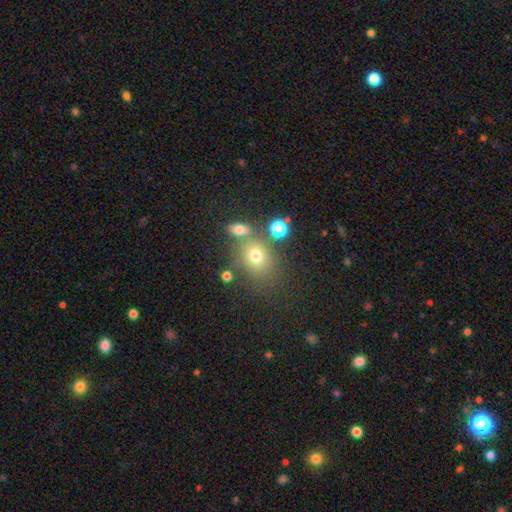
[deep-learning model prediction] smooth 69%, star or artifact 18%, featured or disk 13%. Down the decision tree: how rounded — round (59%); merging — none (60%).